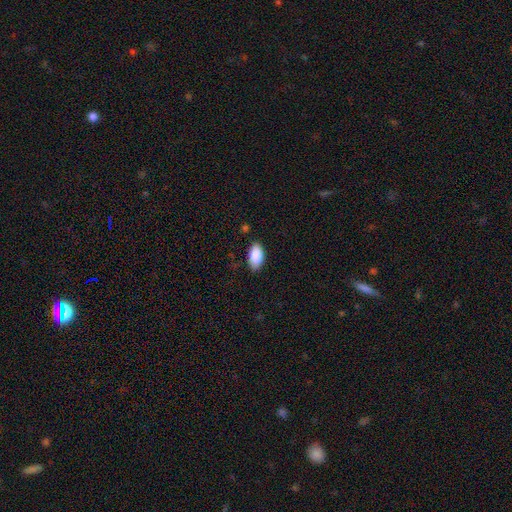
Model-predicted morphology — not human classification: The model was most divided on "merging": none: 83%, minor disturbance: 14%, major disturbance: 2%, merger: 1%. More confident: how rounded — in between (95%); smooth or featured — smooth (89%).